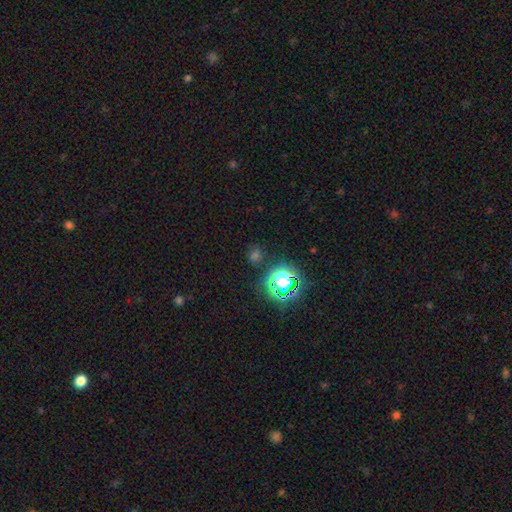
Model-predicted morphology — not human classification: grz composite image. It shows a star or artifact, not a galaxy (49%).